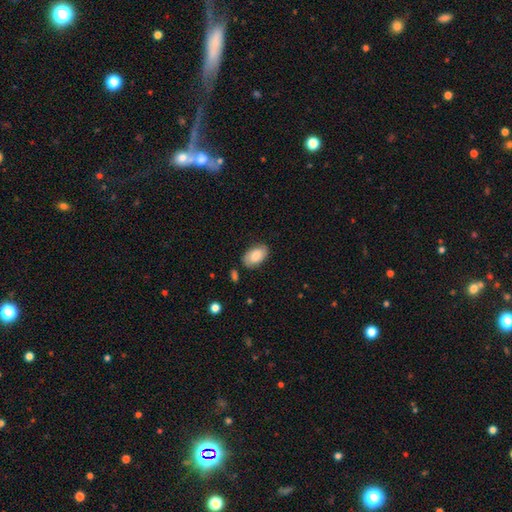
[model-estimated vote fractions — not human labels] A smooth galaxy with no disk features (78%) that is in between round and cigar-shaped (93%). Merging: none (79%).